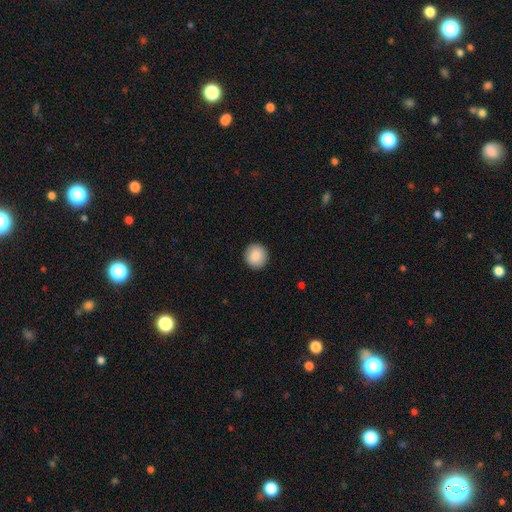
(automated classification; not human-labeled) This appears to be a smooth galaxy with no disk features (88%) that is round (94%). Merging: none (93%).